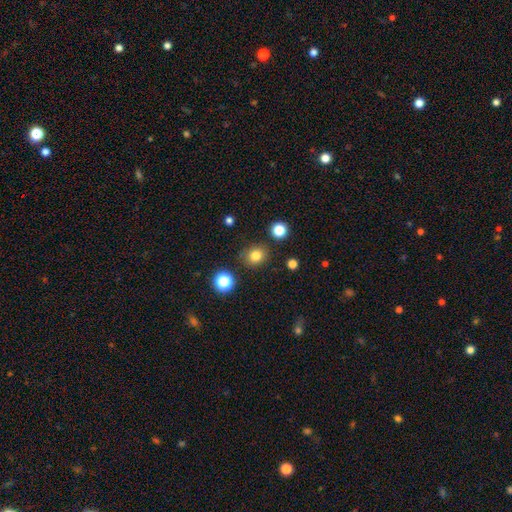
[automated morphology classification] The model was most divided on "how rounded": round: 77%, in between: 22%, cigar-shaped: 1%. More confident: merging — none (84%); smooth or featured — smooth (80%).